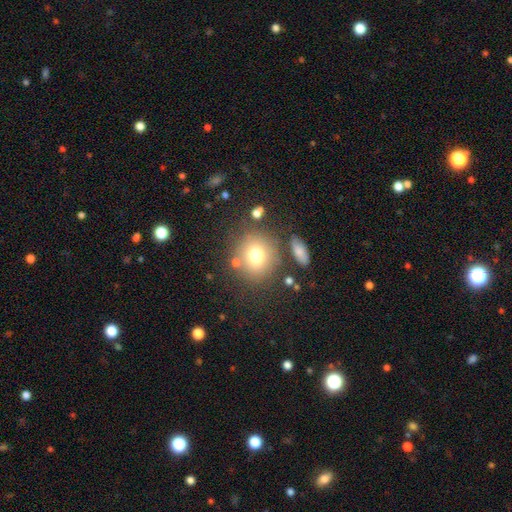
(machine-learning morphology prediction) type=smooth (74%); roundness=round (81%); merging=none (75%).